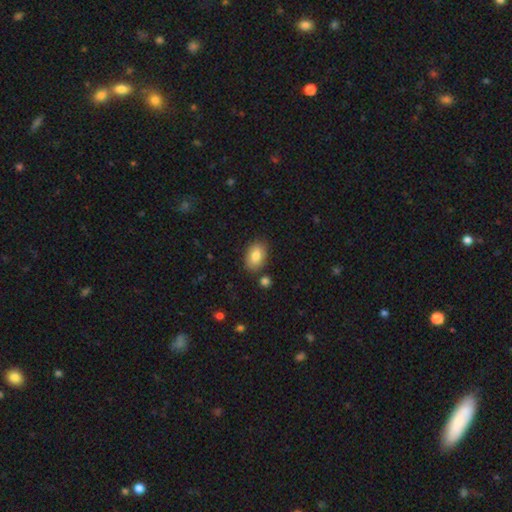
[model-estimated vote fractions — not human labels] The model was most divided on "merging": none: 81%, minor disturbance: 12%, merger: 4%, major disturbance: 3%. More confident: how rounded — in between (90%); smooth or featured — smooth (85%).